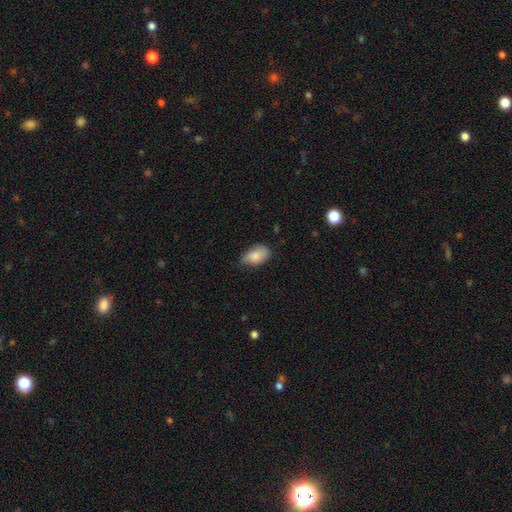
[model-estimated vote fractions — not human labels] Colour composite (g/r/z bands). It shows a smooth galaxy with no disk features (82%) that is in between round and cigar-shaped (92%). Merging: none (63%).